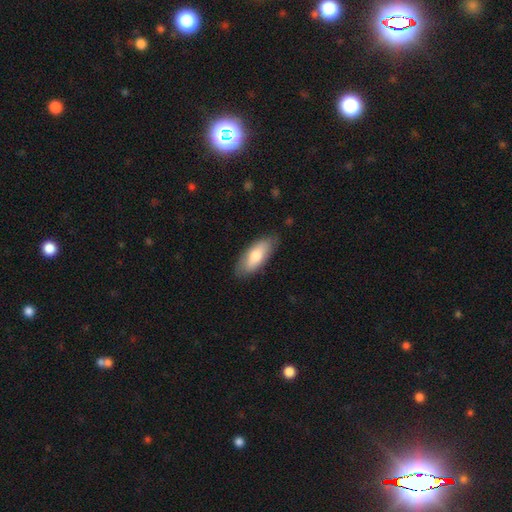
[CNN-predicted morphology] Q: Smooth or featured?
A: smooth (72%); runner-up: featured or disk (22%)
Q: How rounded?
A: in between (82%); runner-up: cigar-shaped (16%)
Q: Merging?
A: none (81%); runner-up: minor disturbance (15%)